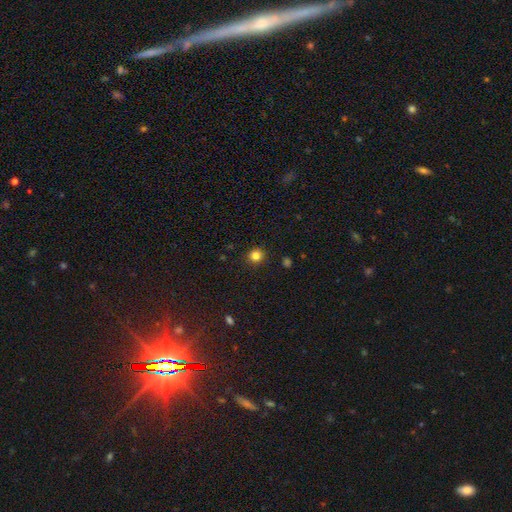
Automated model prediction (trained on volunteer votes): A smooth galaxy with no disk features (83%) that is round (92%). Merging: none (91%).